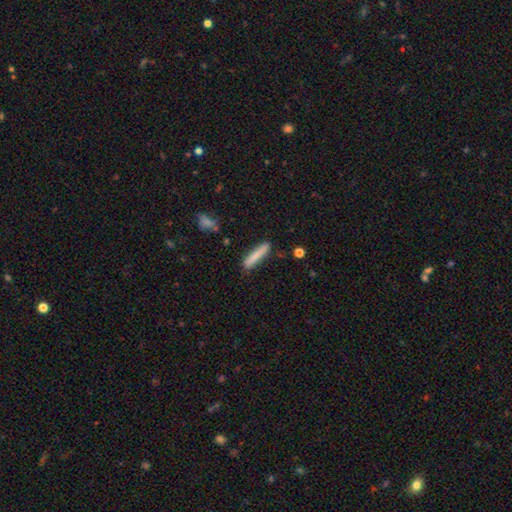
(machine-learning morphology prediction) smooth 79%, featured or disk 15%, star or artifact 6%. Down the decision tree: how rounded — cigar-shaped (90%); merging — none (83%).